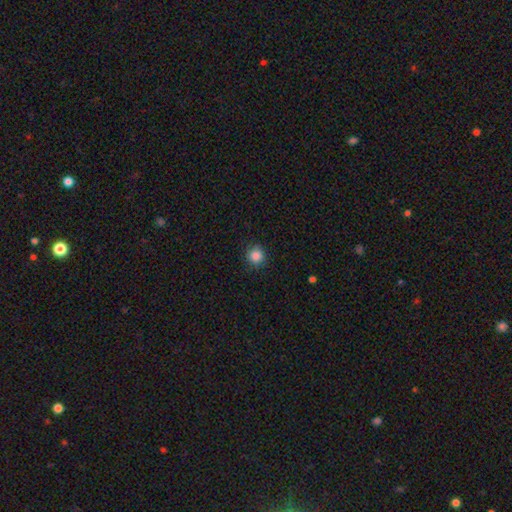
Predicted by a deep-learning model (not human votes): This appears to be a smooth galaxy with no disk features (86%) that is round (93%). Merging: none (88%).